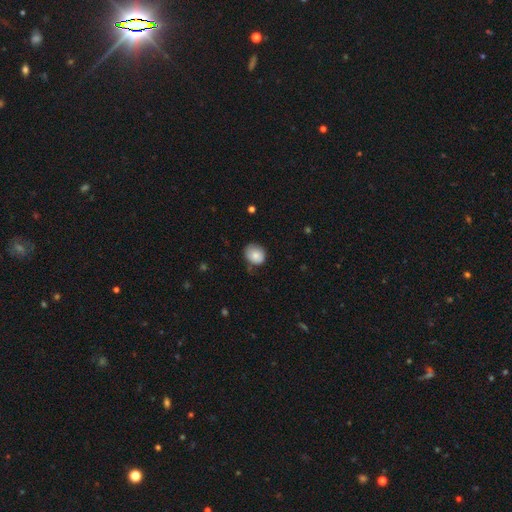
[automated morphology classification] smooth 82%, featured or disk 10%, star or artifact 8%. Down the decision tree: how rounded — round (67%); merging — none (67%).